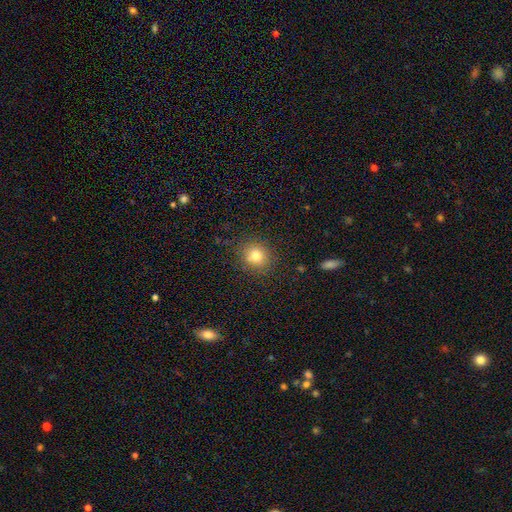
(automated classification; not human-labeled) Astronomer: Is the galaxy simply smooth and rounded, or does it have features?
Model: smooth — 79%.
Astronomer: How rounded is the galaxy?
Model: round — 80%.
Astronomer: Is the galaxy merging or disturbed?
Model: none — 84%.